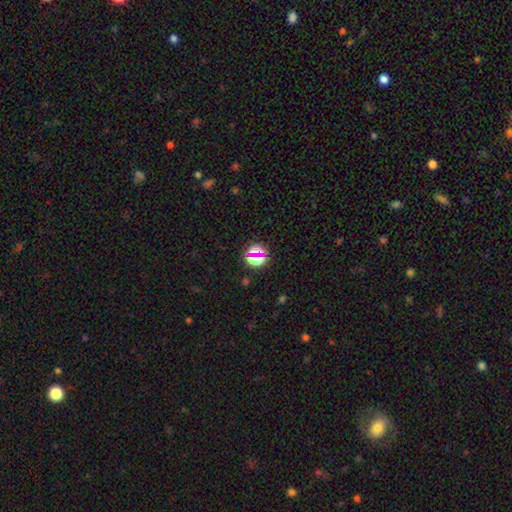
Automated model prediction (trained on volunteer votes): A star or artifact, not a galaxy (53%).

Vote fractions:
- Smooth or featured? star or artifact: 53% / smooth: 36% / featured or disk: 11%